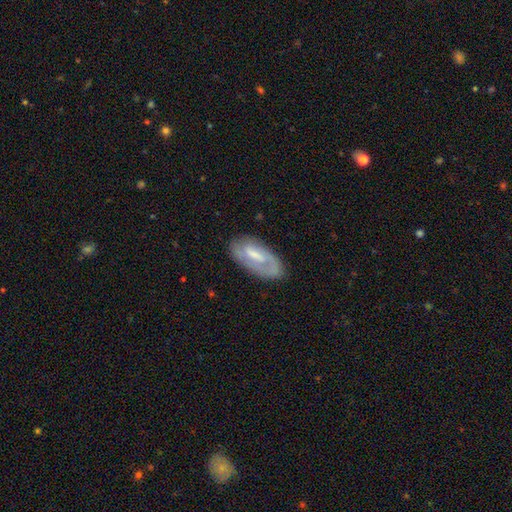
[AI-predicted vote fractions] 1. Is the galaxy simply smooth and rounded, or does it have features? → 55% featured or disk, 39% smooth, 6% star or artifact.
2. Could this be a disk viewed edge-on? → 90% no, 10% yes.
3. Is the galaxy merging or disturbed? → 69% none, 21% minor disturbance, 9% major disturbance, 2% merger.